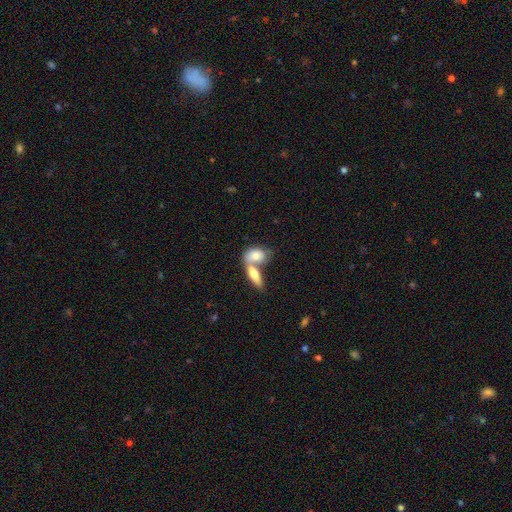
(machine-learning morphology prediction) type=smooth (74%); roundness=in between (85%); merging=merger (65%).